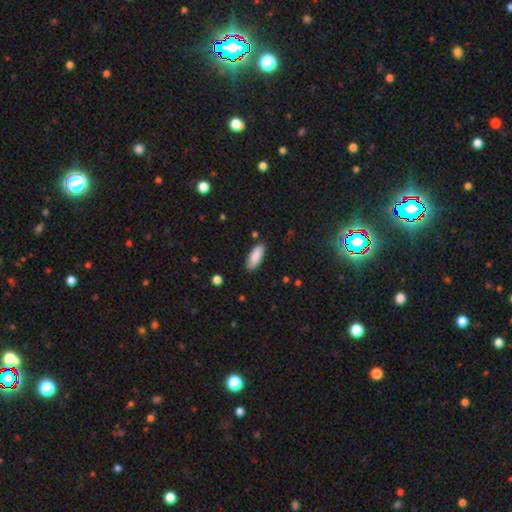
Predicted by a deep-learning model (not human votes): smooth_or_featured: smooth (p=0.88) [alt: star or artifact p=0.06]
how_rounded: in between (p=0.77) [alt: cigar-shaped p=0.21]
merging: none (p=0.85) [alt: minor disturbance p=0.12]